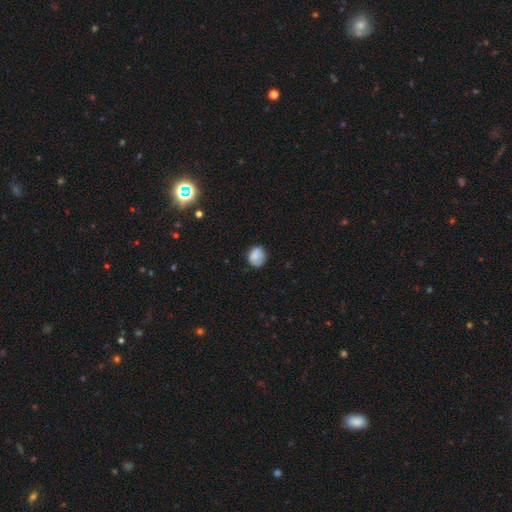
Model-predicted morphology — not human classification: A smooth galaxy with no disk features (82%) that is round (72%). Merging: none (72%).